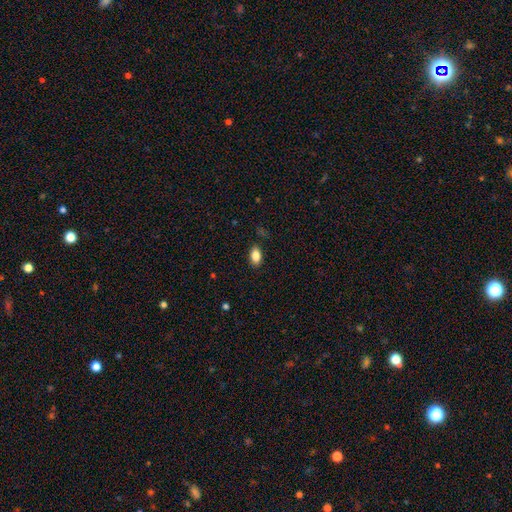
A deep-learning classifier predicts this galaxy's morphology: Q: Smooth or featured?
A: smooth (85%); runner-up: star or artifact (9%)
Q: How rounded?
A: in between (89%); runner-up: round (9%)
Q: Merging?
A: none (86%); runner-up: minor disturbance (10%)